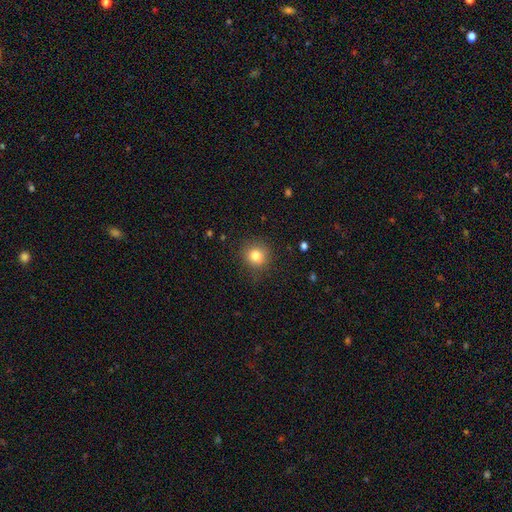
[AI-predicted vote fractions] A smooth galaxy with no disk features (81%) that is round (88%). Merging: none (84%).